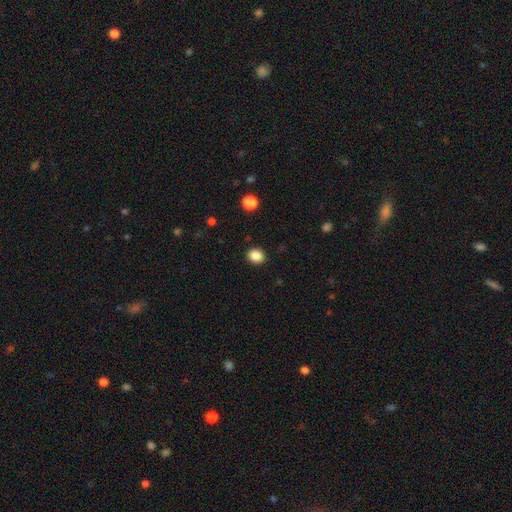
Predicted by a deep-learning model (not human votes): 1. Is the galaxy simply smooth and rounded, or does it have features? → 86% smooth, 10% star or artifact, 3% featured or disk.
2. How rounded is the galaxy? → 73% round, 26% in between, 1% cigar-shaped.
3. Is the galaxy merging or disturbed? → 91% none, 6% minor disturbance, 2% major disturbance, 1% merger.